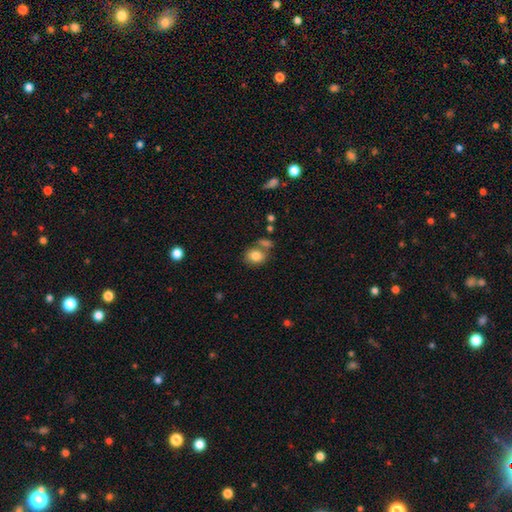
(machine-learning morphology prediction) Smooth or featured: smooth — 82% (star or artifact — 9%)
How rounded: in between — 50% (round — 48%)
Merging: none — 55% (merger — 25%)